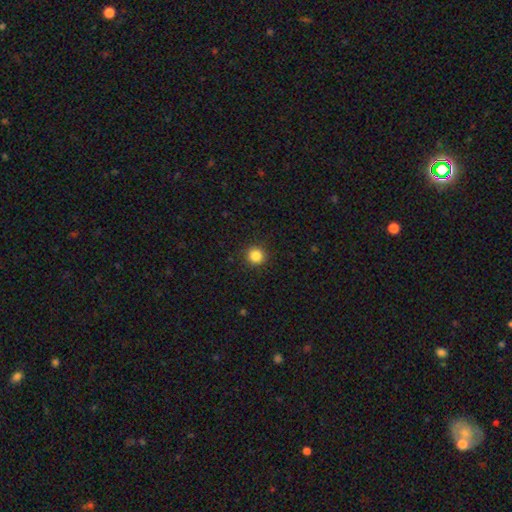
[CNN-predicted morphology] Smooth or featured: smooth — 85% (star or artifact — 11%)
How rounded: round — 94% (in between — 5%)
Merging: none — 92% (minor disturbance — 5%)